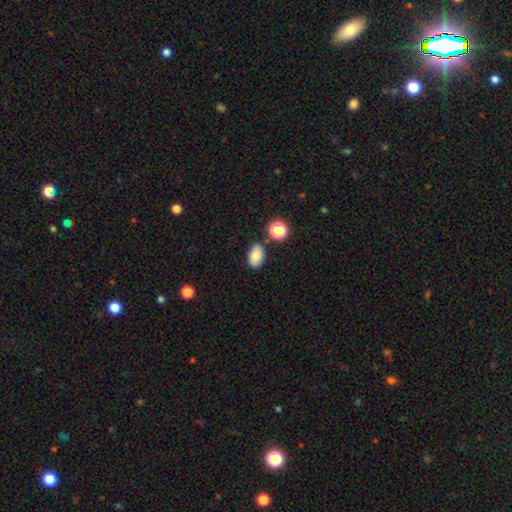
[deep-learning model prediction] smooth-or-featured: smooth: 83% | star or artifact: 9% | featured or disk: 8%
  how-rounded: in between: 88% | round: 11% | cigar-shaped: 2%
  merging: none: 81% | minor disturbance: 12% | merger: 5% | major disturbance: 3%